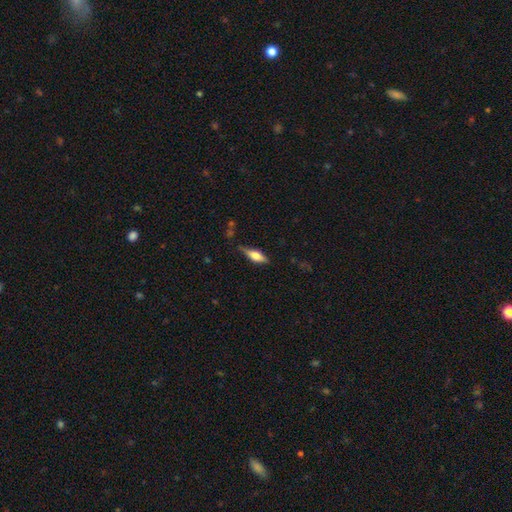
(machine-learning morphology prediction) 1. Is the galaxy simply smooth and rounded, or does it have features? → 47% featured or disk, 46% smooth, 7% star or artifact.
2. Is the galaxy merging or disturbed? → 77% none, 17% minor disturbance, 4% major disturbance, 2% merger.